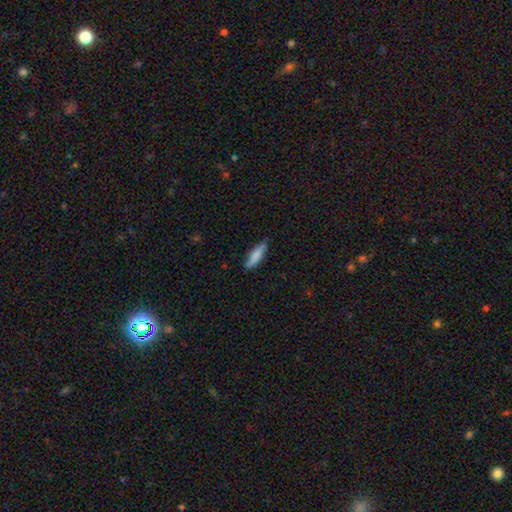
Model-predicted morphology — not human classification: A smooth galaxy with no disk features (82%) that is cigar-shaped (66%). Merging: none (78%).